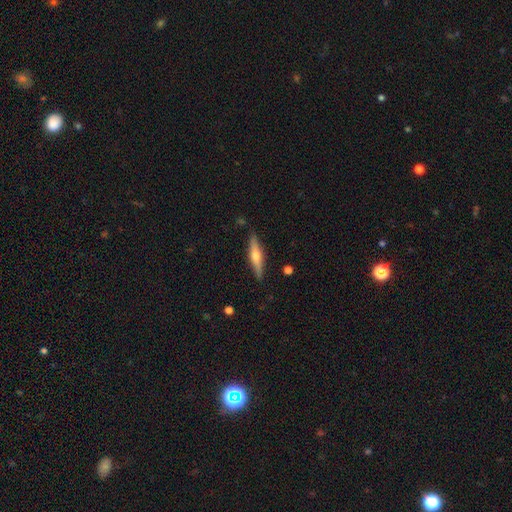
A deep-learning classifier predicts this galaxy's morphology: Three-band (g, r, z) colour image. It shows a featured or disk galaxy (62%) viewed edge-on (97%) with a rounded central bulge (87%). Merging: none (89%).